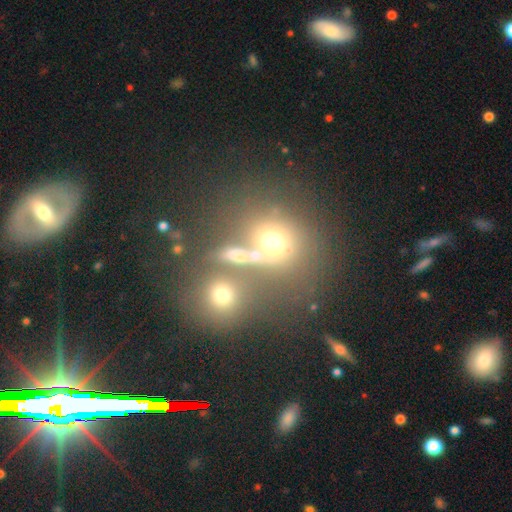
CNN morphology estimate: Q: Smooth or featured?
A: smooth (53%); runner-up: star or artifact (27%)
Q: How rounded?
A: round (75%); runner-up: in between (24%)
Q: Merging?
A: merger (47%); runner-up: none (38%)